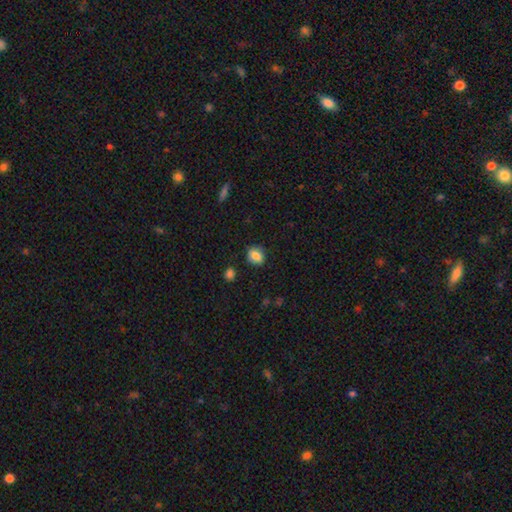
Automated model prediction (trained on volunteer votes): Q: Smooth or featured?
A: smooth (82%); runner-up: star or artifact (9%)
Q: How rounded?
A: round (70%); runner-up: in between (29%)
Q: Merging?
A: none (87%); runner-up: minor disturbance (9%)